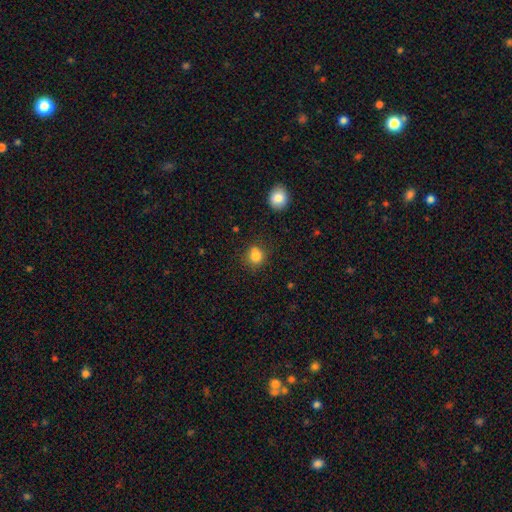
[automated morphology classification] Smooth or featured?
  - smooth: 82% *
  - star or artifact: 12%
  - featured or disk: 6%
How rounded?
  - round: 78% *
  - in between: 21%
  - cigar-shaped: 1%
Merging?
  - none: 69% *
  - minor disturbance: 18%
  - merger: 8%
  - major disturbance: 5%